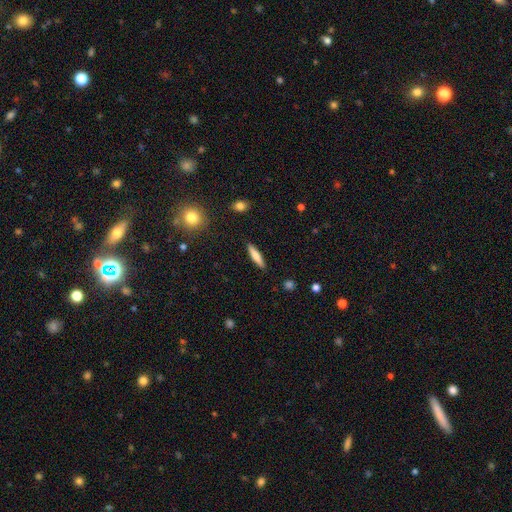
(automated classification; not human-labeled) A smooth galaxy with no disk features (73%) that is cigar-shaped (82%).

Vote fractions:
- Smooth or featured? smooth: 73% / featured or disk: 20% / star or artifact: 6%
- How rounded? cigar-shaped: 82% / in between: 16% / round: 2%
- Merging? none: 90% / minor disturbance: 7% / major disturbance: 2% / merger: 1%